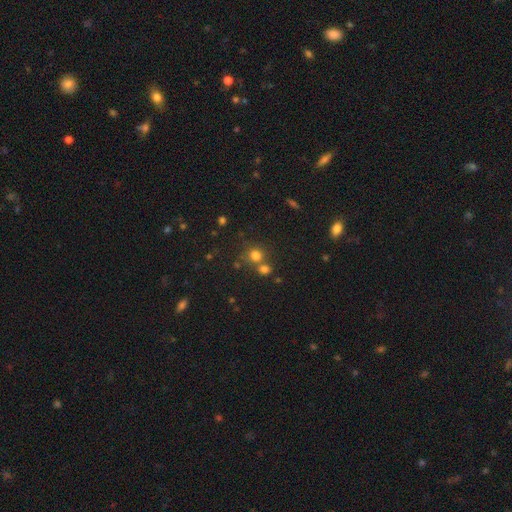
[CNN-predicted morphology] This appears to be a smooth galaxy with no disk features (75%) that is round (86%). Merging: none (57%).